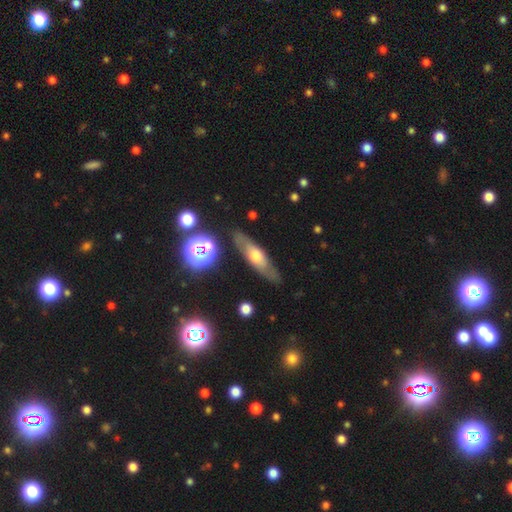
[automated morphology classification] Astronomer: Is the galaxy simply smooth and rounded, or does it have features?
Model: featured or disk — 48% (runner-up: smooth, 42%).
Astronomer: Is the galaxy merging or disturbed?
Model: none — 81%.